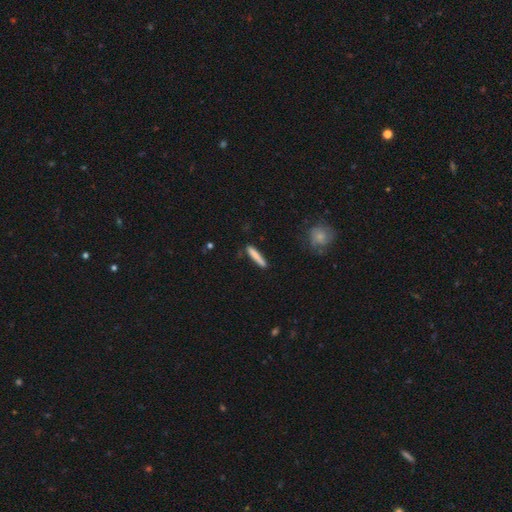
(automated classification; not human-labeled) Q: Smooth or featured?
A: smooth (79%); runner-up: featured or disk (15%)
Q: How rounded?
A: cigar-shaped (93%); runner-up: in between (5%)
Q: Merging?
A: none (85%); runner-up: minor disturbance (11%)